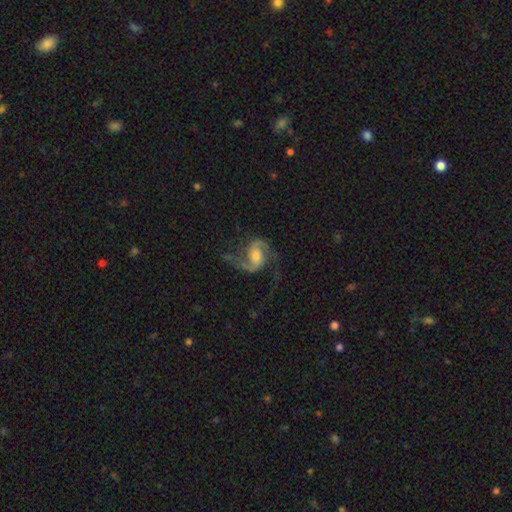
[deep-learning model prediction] This appears to be a featured or disk galaxy (87%) with no bar (46%), 2 (91%) loose (46%) spiral arms (97%) and a moderate central bulge (53%). Merging: none (65%).